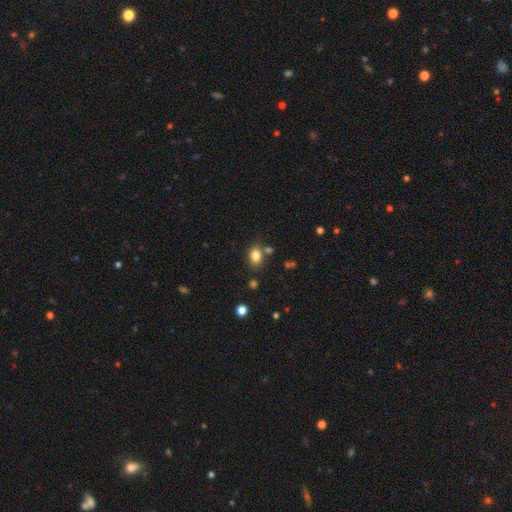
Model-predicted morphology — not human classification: smooth-or-featured: smooth: 83% | star or artifact: 11% | featured or disk: 6%
  how-rounded: in between: 70% | round: 29% | cigar-shaped: 1%
  merging: none: 74% | minor disturbance: 13% | merger: 9% | major disturbance: 4%